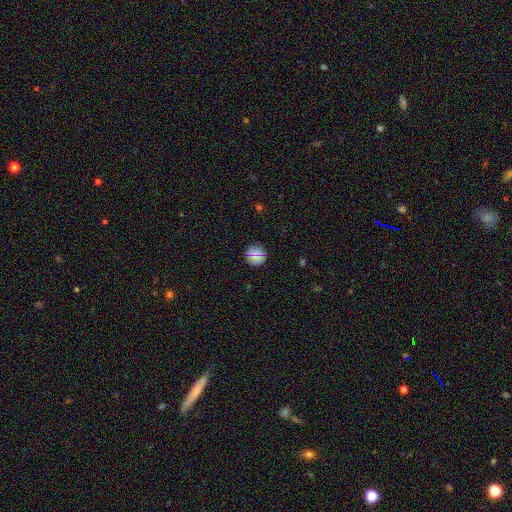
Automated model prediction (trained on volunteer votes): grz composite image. It shows a smooth galaxy with no disk features (76%) that is round (93%). Merging: none (88%).